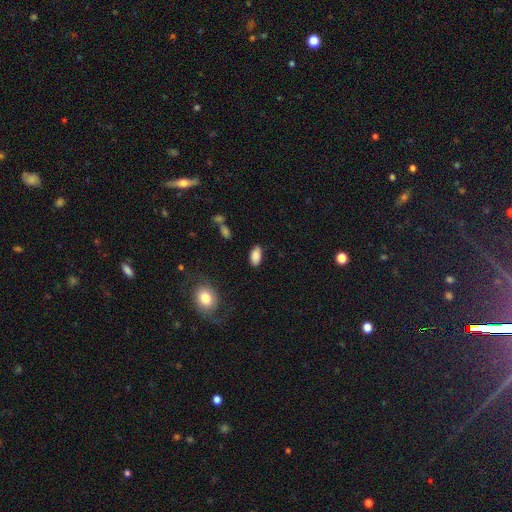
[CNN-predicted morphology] This appears to be a smooth galaxy with no disk features (87%) that is in between round and cigar-shaped (93%). Merging: none (83%).